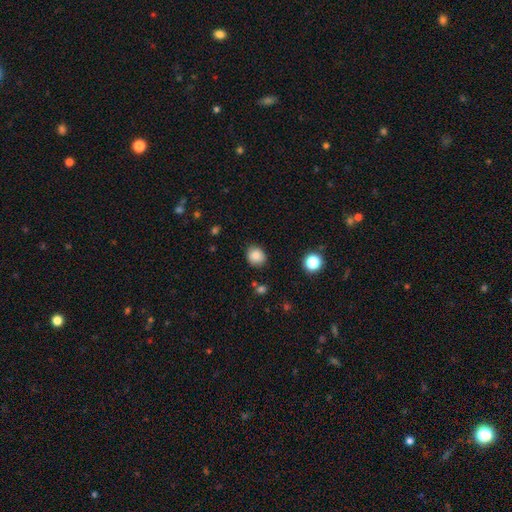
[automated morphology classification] This is clearly a smooth galaxy (85%). How rounded: likely round (78%). Merging: clearly none (84%).